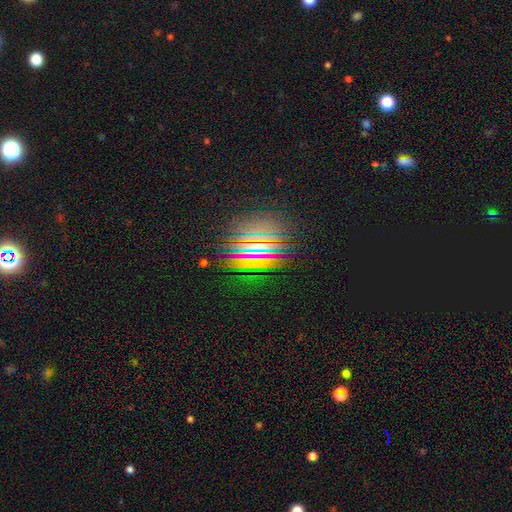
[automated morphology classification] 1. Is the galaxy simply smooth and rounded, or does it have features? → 66% star or artifact, 19% smooth, 15% featured or disk.